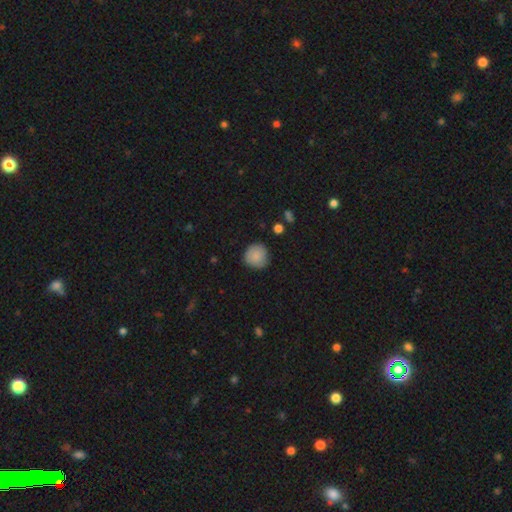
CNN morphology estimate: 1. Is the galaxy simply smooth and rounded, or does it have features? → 86% smooth, 8% star or artifact, 6% featured or disk.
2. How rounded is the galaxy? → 91% round, 8% in between, 1% cigar-shaped.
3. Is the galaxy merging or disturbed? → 78% none, 17% minor disturbance, 3% major disturbance, 2% merger.